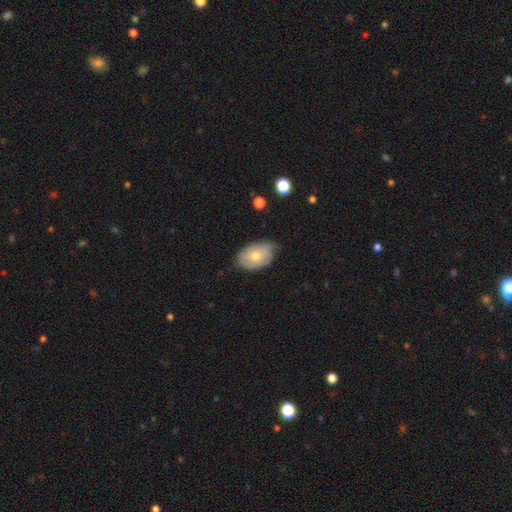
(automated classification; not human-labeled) Smooth or featured? Predicted: smooth (p=0.68). How rounded? Predicted: in between (p=0.88). Merging? Predicted: none (p=0.63).